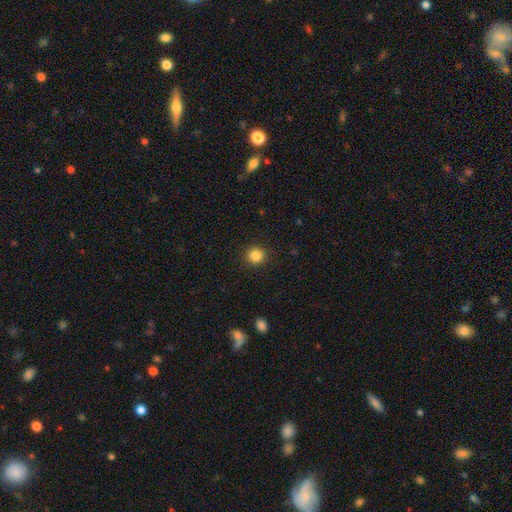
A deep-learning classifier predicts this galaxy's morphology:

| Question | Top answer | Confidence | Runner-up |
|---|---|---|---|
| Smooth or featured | smooth | 85% | star or artifact (11%) |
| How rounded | round | 93% | in between (6%) |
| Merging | none | 92% | minor disturbance (5%) |